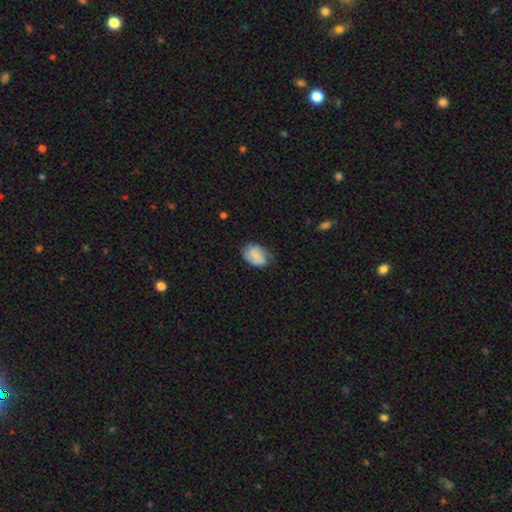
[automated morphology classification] Smooth or featured? Predicted: smooth (p=0.61). How rounded? Predicted: in between (p=0.81). Merging? Predicted: none (p=0.59).